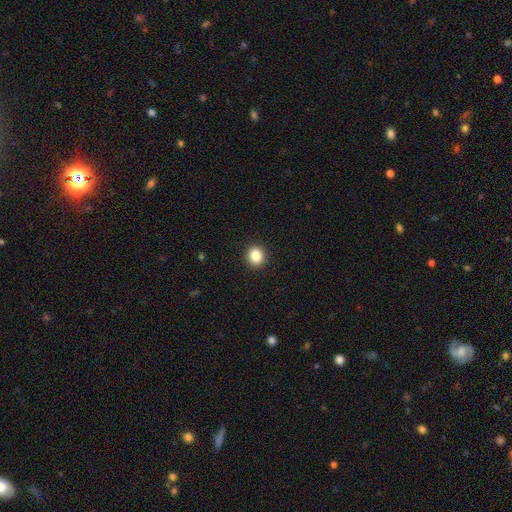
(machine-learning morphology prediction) This appears to be a smooth galaxy with no disk features (85%) that is round (80%). Merging: none (92%).